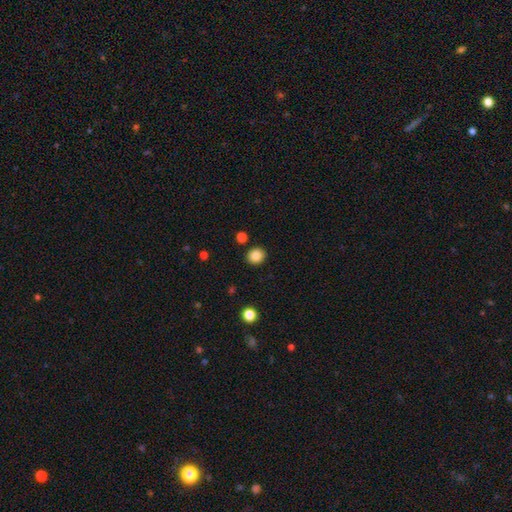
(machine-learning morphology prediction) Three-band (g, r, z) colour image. It shows a smooth galaxy with no disk features (85%) that is round (82%). Merging: none (90%).